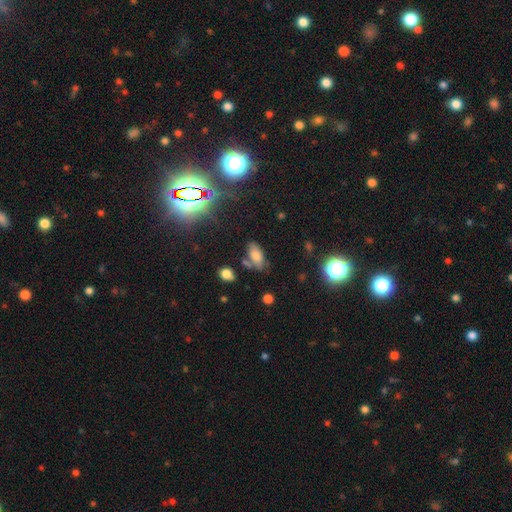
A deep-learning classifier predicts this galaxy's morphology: smooth-or-featured: smooth: 68% | featured or disk: 16% | star or artifact: 15%
  how-rounded: in between: 90% | cigar-shaped: 5% | round: 4%
  merging: none: 58% | minor disturbance: 23% | merger: 11% | major disturbance: 8%